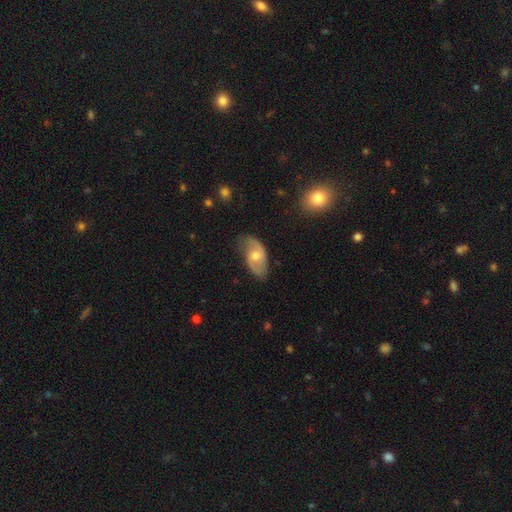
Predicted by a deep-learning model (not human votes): Q: Smooth or featured?
A: featured or disk (73%); runner-up: smooth (21%)
Q: Edge-on disk?
A: no (95%); runner-up: yes (5%)
Q: Bar?
A: no (56%); runner-up: weak (37%)
Q: Spiral arms?
A: yes (88%); runner-up: no (12%)
Q: Spiral winding?
A: medium (43%); runner-up: loose (39%)
Q: Spiral arm count?
A: 2 (84%); runner-up: can't tell (8%)
Q: Bulge size?
A: moderate (63%); runner-up: small (32%)
Q: Merging?
A: none (71%); runner-up: minor disturbance (21%)